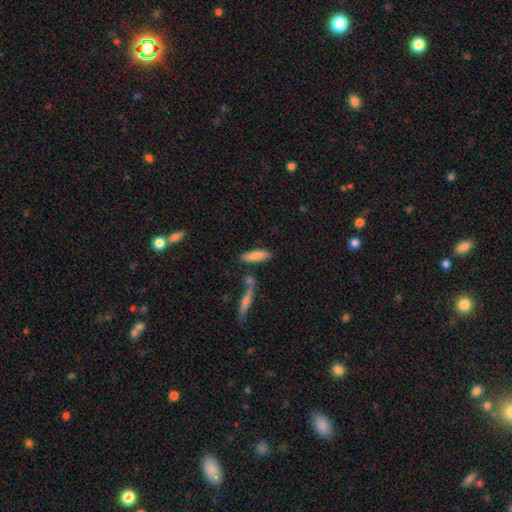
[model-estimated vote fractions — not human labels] The model was most divided on "how rounded": cigar-shaped: 57%, in between: 41%, round: 2%. More confident: smooth or featured — smooth (81%); merging — none (70%).